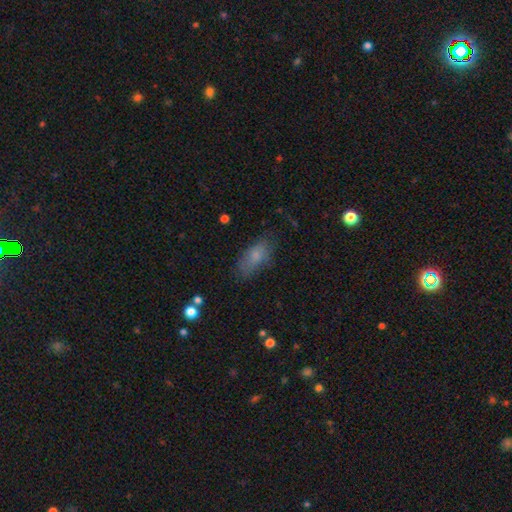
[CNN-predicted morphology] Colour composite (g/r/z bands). It shows a smooth galaxy with no disk features (77%) that is in between round and cigar-shaped (83%). Merging: none (71%).